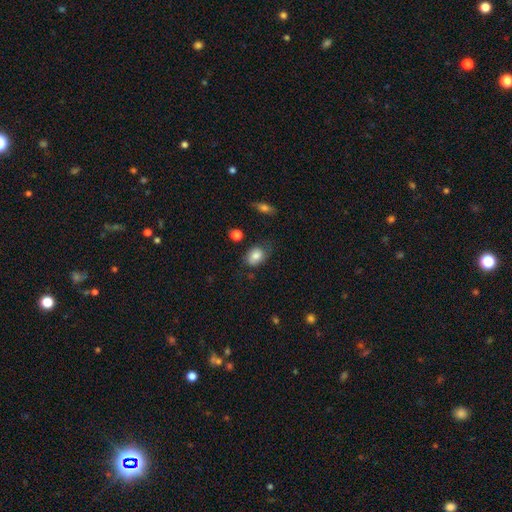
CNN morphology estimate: Smooth or featured?
  - smooth: 80% *
  - featured or disk: 11%
  - star or artifact: 9%
How rounded?
  - in between: 69% *
  - round: 30%
  - cigar-shaped: 1%
Merging?
  - none: 61% *
  - minor disturbance: 28%
  - major disturbance: 8%
  - merger: 3%